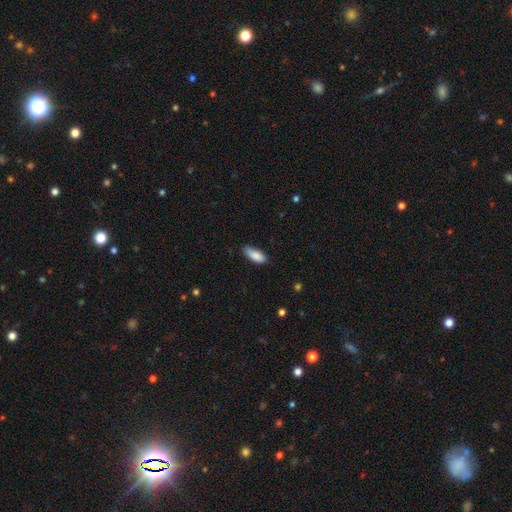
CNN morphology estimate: Overall: smooth (87%). How rounded: in between (81%). Merging: none (73%).